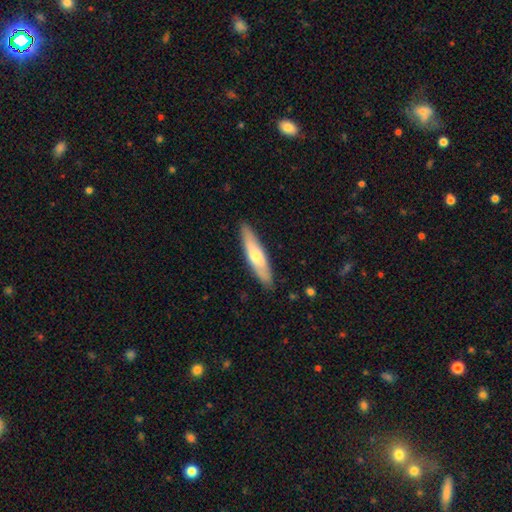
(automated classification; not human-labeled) The model was most divided on "smooth or featured": smooth: 54%, featured or disk: 40%, star or artifact: 6%. More confident: merging — none (88%); how rounded — cigar-shaped (81%).